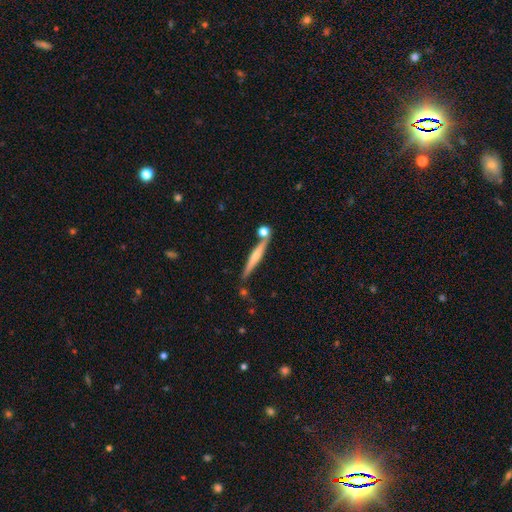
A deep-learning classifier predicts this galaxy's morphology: This appears to be a featured or disk galaxy (59%) viewed edge-on (97%) with a rounded central bulge (74%). Merging: none (75%).